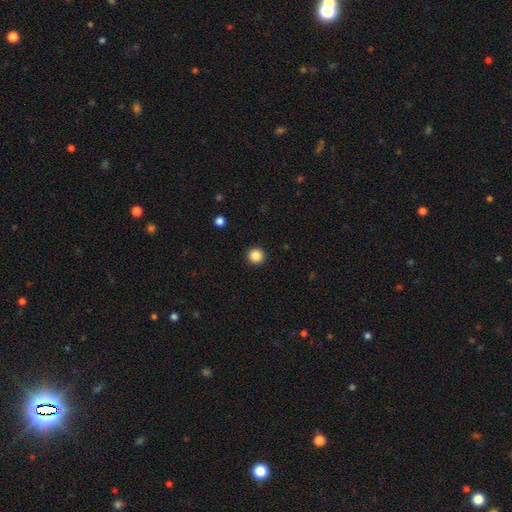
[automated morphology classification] This is clearly a smooth galaxy (86%). How rounded: clearly round (96%). Merging: clearly none (93%).